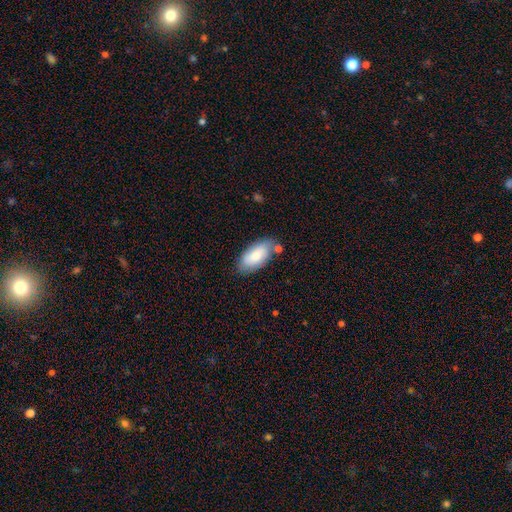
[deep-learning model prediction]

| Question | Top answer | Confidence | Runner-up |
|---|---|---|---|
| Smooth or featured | smooth | 77% | featured or disk (17%) |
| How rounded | in between | 92% | cigar-shaped (6%) |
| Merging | none | 73% | minor disturbance (17%) |